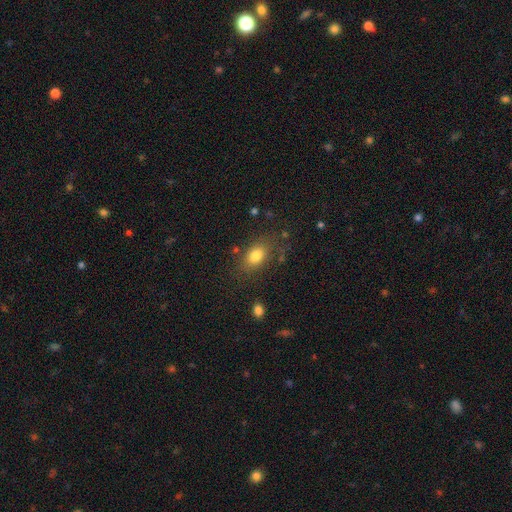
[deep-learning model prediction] Q: Smooth or featured?
A: smooth (80%); runner-up: star or artifact (10%)
Q: How rounded?
A: in between (80%); runner-up: round (17%)
Q: Merging?
A: none (76%); runner-up: minor disturbance (15%)